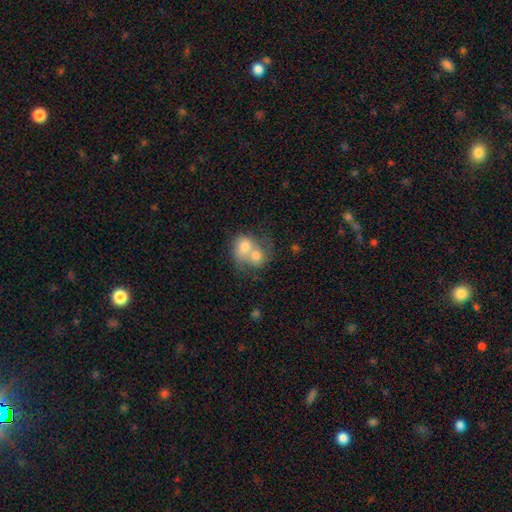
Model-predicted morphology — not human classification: type=smooth (68%); roundness=round (61%); merging=merger (79%).